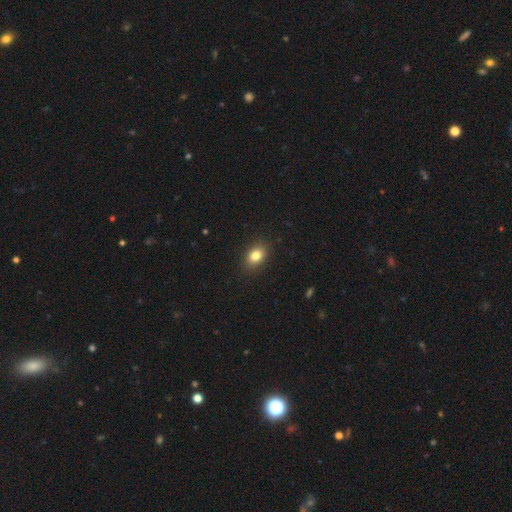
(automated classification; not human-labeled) Morphology: type=smooth (82%); roundness=in between (70%); merging=none (87%).